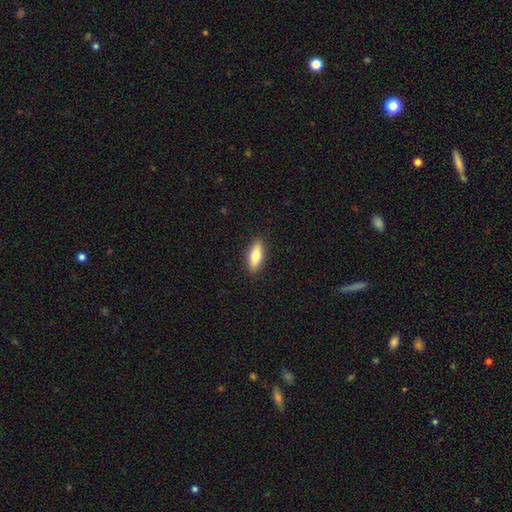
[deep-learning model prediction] smooth-or-featured: smooth: 68% | featured or disk: 26% | star or artifact: 6%
  how-rounded: in between: 57% | cigar-shaped: 40% | round: 3%
  merging: none: 90% | minor disturbance: 7% | major disturbance: 2% | merger: 1%